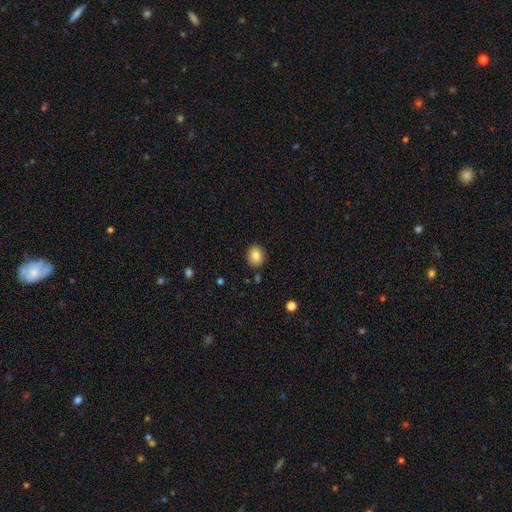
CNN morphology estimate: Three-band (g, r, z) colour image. It shows a smooth galaxy with no disk features (83%) that is in between round and cigar-shaped (51%). Merging: none (87%).